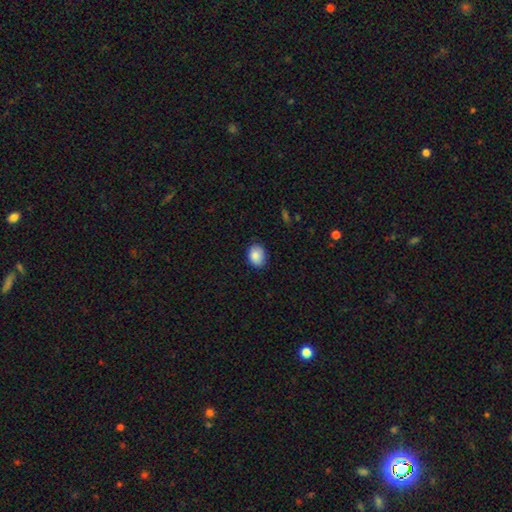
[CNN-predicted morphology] Q: Smooth or featured?
A: smooth (87%); runner-up: star or artifact (8%)
Q: How rounded?
A: in between (63%); runner-up: round (36%)
Q: Merging?
A: none (84%); runner-up: minor disturbance (13%)